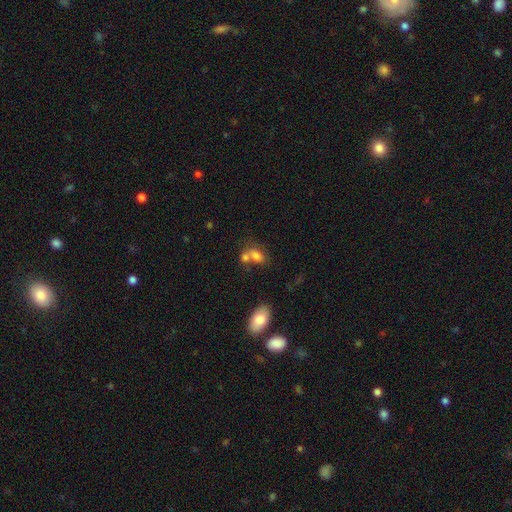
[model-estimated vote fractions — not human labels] smooth-or-featured: smooth: 74% | featured or disk: 14% | star or artifact: 11%
  how-rounded: in between: 77% | round: 21% | cigar-shaped: 2%
  merging: merger: 51% | none: 32% | minor disturbance: 11% | major disturbance: 6%